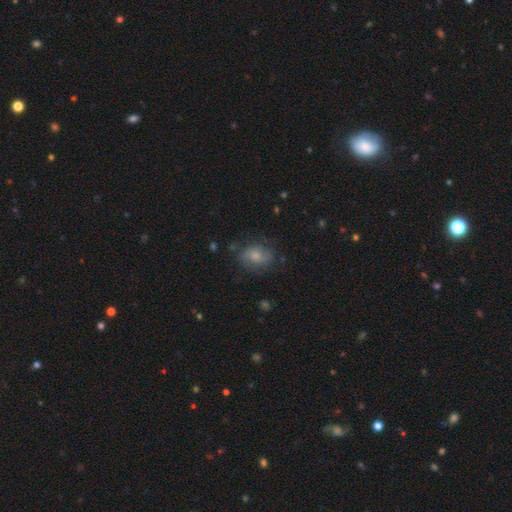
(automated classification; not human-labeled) Morphology: type=smooth (50%); roundness=in between (62%); merging=none (67%).